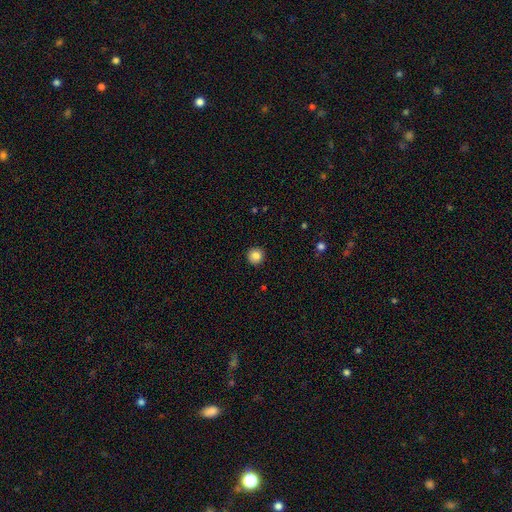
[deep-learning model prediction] smooth-or-featured: smooth: 85% | star or artifact: 10% | featured or disk: 5%
  how-rounded: round: 95% | in between: 4% | cigar-shaped: 1%
  merging: none: 93% | minor disturbance: 5% | major disturbance: 2% | merger: 1%